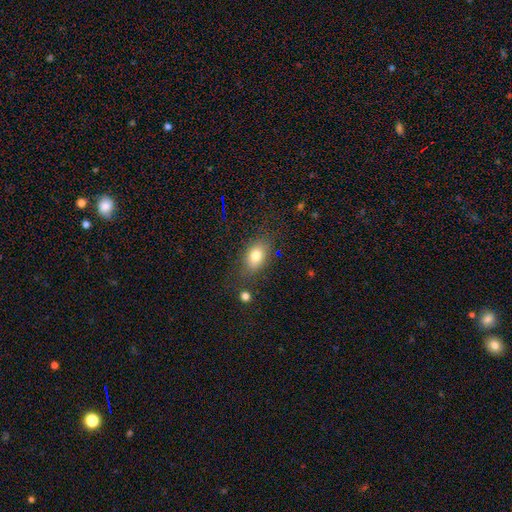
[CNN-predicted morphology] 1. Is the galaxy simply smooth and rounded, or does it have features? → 79% smooth, 12% featured or disk, 10% star or artifact.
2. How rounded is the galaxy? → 82% in between, 16% round, 2% cigar-shaped.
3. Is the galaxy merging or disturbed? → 77% none, 15% minor disturbance, 5% major disturbance, 3% merger.